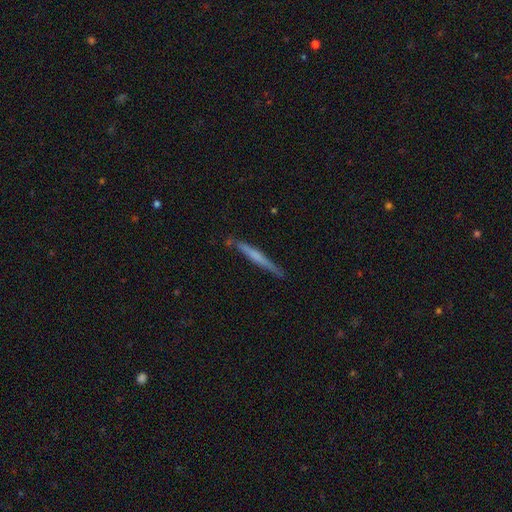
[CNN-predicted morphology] Smooth or featured: featured or disk — 53% (smooth — 42%)
Edge-on disk: yes — 97% (no — 3%)
Edge-on bulge: none — 60% (rounded — 25%)
Merging: none — 85% (minor disturbance — 11%)